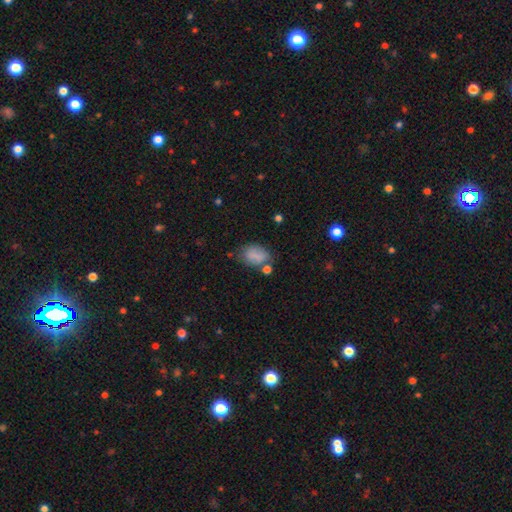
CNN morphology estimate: smooth-or-featured: smooth: 79% | featured or disk: 11% | star or artifact: 10%
  how-rounded: in between: 79% | round: 19% | cigar-shaped: 2%
  merging: none: 55% | minor disturbance: 24% | merger: 12% | major disturbance: 9%